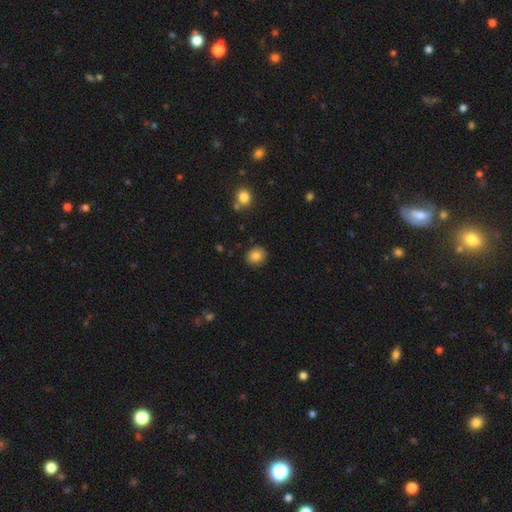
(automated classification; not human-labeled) Morphology: type=smooth (84%); roundness=round (76%); merging=none (89%).